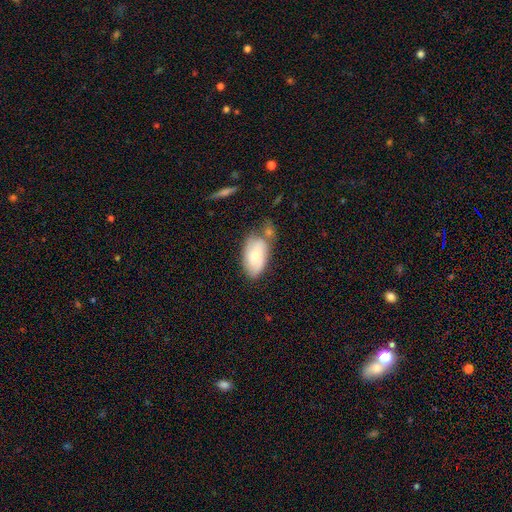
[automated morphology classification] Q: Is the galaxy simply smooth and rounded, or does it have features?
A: smooth — 66%.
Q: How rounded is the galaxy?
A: in between — 93%.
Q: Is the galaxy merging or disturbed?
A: none — 48%.